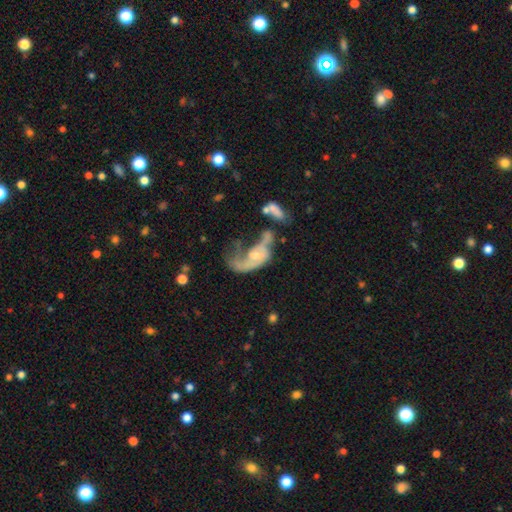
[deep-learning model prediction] smooth-or-featured: featured or disk: 69% | smooth: 23% | star or artifact: 9%
  disk-edge-on: no: 94% | yes: 6%
    bar: no: 72% | weak: 22% | strong: 6%
    has-spiral-arms: yes: 64% | no: 36%
    bulge-size: small: 48% | moderate: 41% | none: 6% | large: 3% | dominant: 1%
  merging: major disturbance: 43% | merger: 28% | none: 17% | minor disturbance: 13%